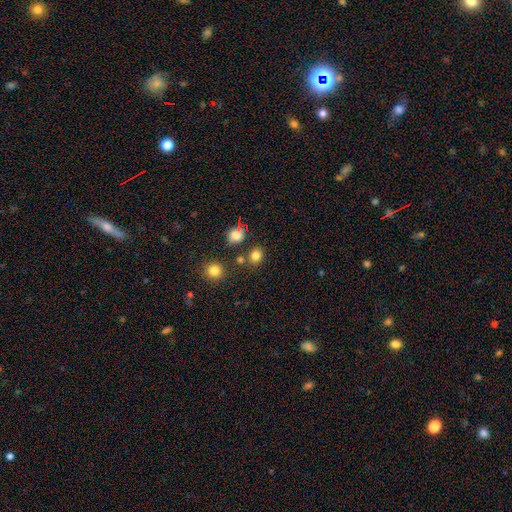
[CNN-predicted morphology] A smooth galaxy with no disk features (80%) that is round (68%). Merging: none (78%).